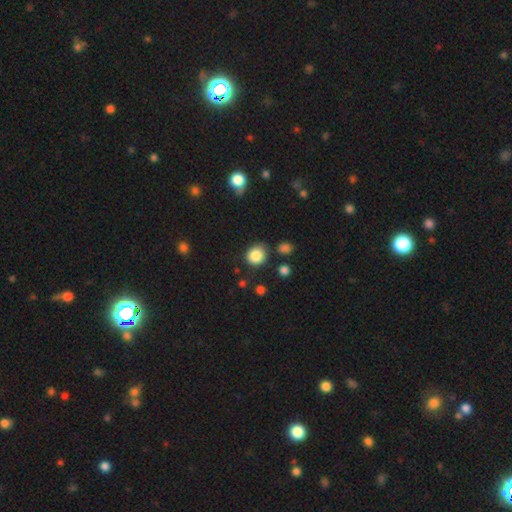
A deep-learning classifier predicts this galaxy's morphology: This is clearly a smooth galaxy (85%). How rounded: clearly round (80%). Merging: likely none (74%).